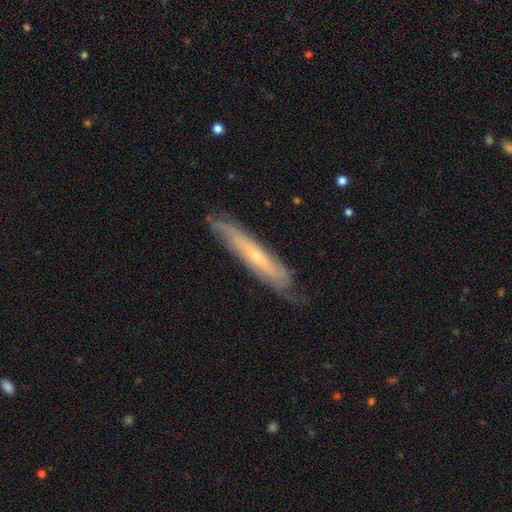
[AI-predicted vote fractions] A featured or disk galaxy (72%) viewed edge-on (54%). Merging: none (69%).